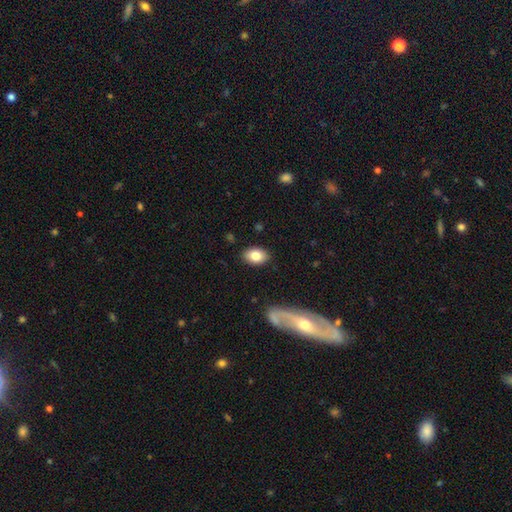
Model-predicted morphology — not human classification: This is clearly a smooth galaxy (81%). How rounded: clearly in between (86%). Merging: clearly none (87%).